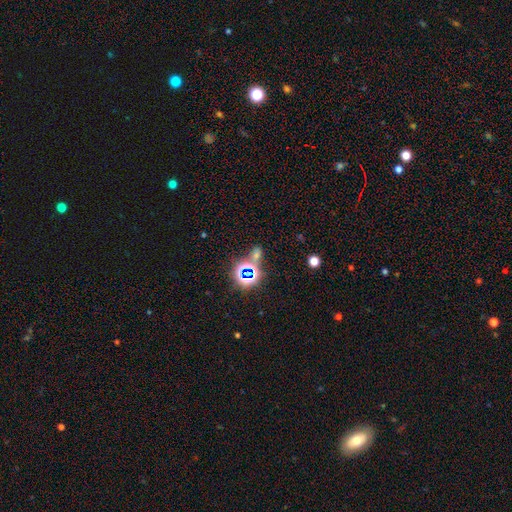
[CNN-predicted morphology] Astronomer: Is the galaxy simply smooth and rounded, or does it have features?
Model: star or artifact — 67%.